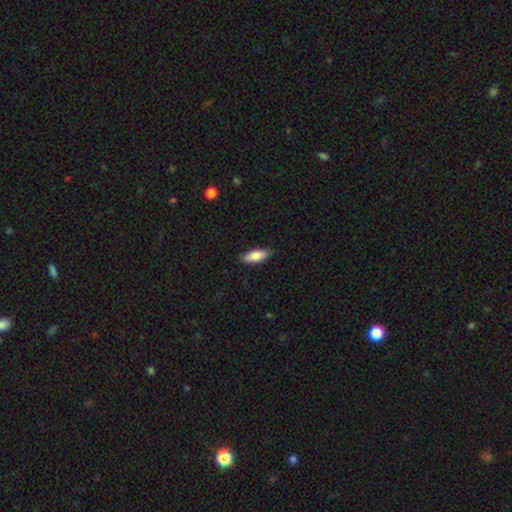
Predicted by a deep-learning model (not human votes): This appears to be a smooth galaxy with no disk features (79%) that is in between round and cigar-shaped (69%). Merging: none (86%).